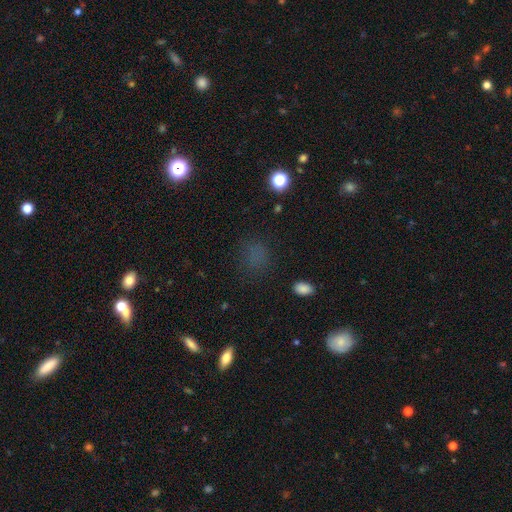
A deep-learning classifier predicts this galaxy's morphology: Q: Smooth or featured?
A: smooth (65%); runner-up: star or artifact (26%)
Q: How rounded?
A: round (62%); runner-up: in between (36%)
Q: Merging?
A: none (74%); runner-up: minor disturbance (15%)